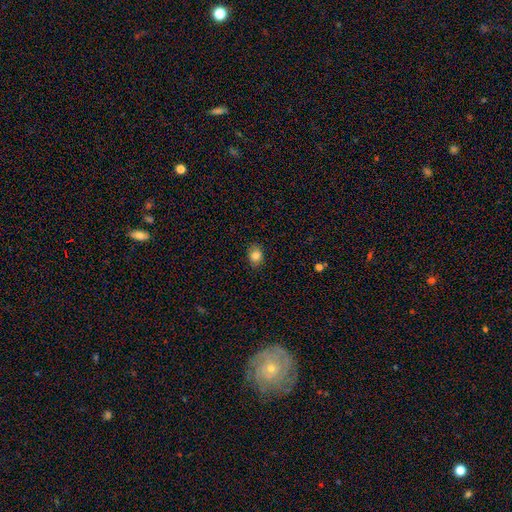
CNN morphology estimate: smooth_or_featured: smooth (p=0.83) [alt: star or artifact p=0.10]
how_rounded: in between (p=0.55) [alt: round p=0.44]
merging: none (p=0.86) [alt: minor disturbance p=0.11]